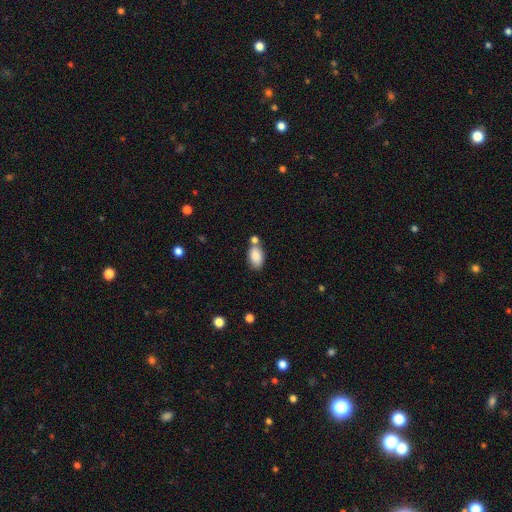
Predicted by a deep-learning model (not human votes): The model was most divided on "merging": none: 57%, merger: 24%, minor disturbance: 15%, major disturbance: 4%. More confident: how rounded — in between (92%); smooth or featured — smooth (86%).